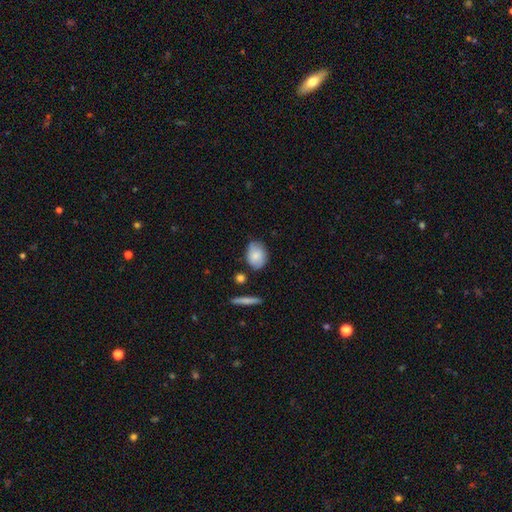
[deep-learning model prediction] Morphology: type=smooth (75%); roundness=in between (69%); merging=none (72%).